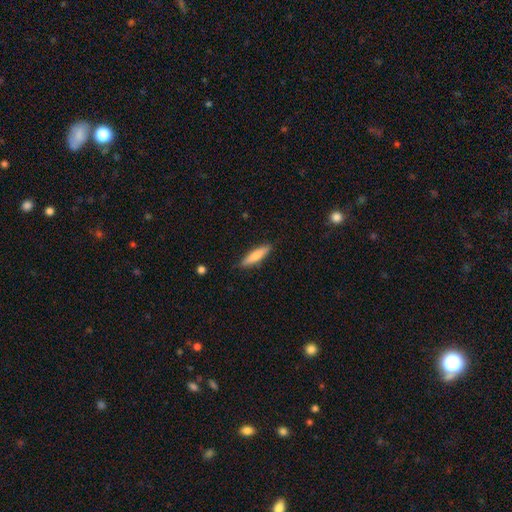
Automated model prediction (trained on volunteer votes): Smooth or featured?
  - smooth: 76% *
  - featured or disk: 19%
  - star or artifact: 5%
How rounded?
  - cigar-shaped: 76% *
  - in between: 22%
  - round: 1%
Merging?
  - none: 87% *
  - minor disturbance: 10%
  - major disturbance: 2%
  - merger: 1%